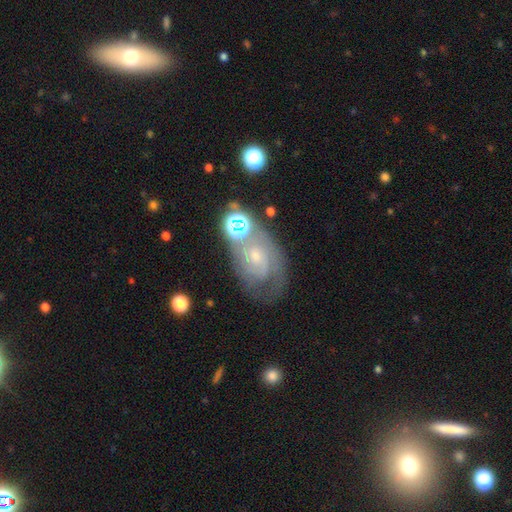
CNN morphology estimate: This is likely a featured or disk galaxy (69%). It is clearly not viewed edge-on (97%). Bar: likely no (67%). Spiral arm pattern: clearly yes (88%). Spiral arm count: marginally can't tell (37%, tied with 2). Spiral winding: possibly tight (54%). Central bulge: likely small (68%). Merging: possibly none (51%).